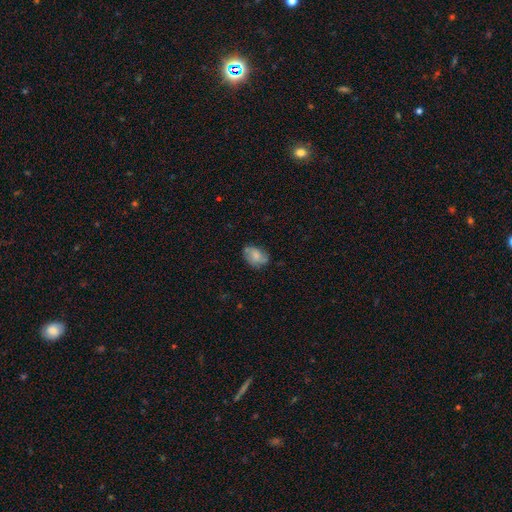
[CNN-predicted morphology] type=smooth (61%); roundness=in between (77%); merging=none (64%).